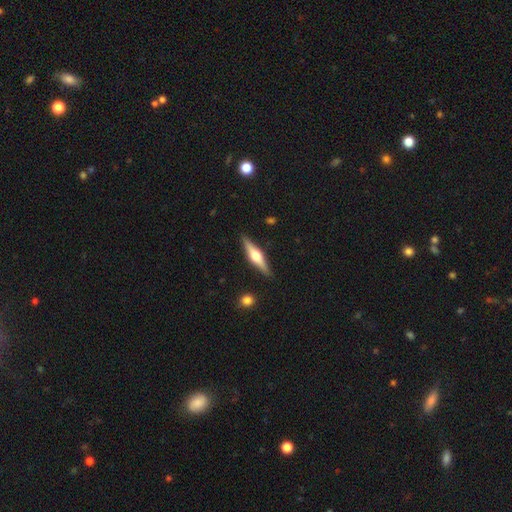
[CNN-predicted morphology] smooth-or-featured: featured or disk: 67% | smooth: 28% | star or artifact: 6%
  disk-edge-on: yes: 97% | no: 3%
    edge-on-bulge: rounded: 94% | boxy: 4% | none: 2%
  merging: none: 90% | minor disturbance: 7% | major disturbance: 2% | merger: 1%